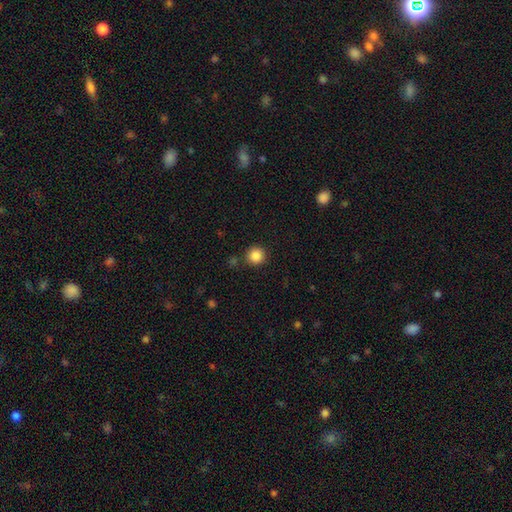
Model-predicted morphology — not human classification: smooth_or_featured: smooth (p=0.86) [alt: star or artifact p=0.10]
how_rounded: round (p=0.94) [alt: in between p=0.05]
merging: none (p=0.86) [alt: minor disturbance p=0.08]